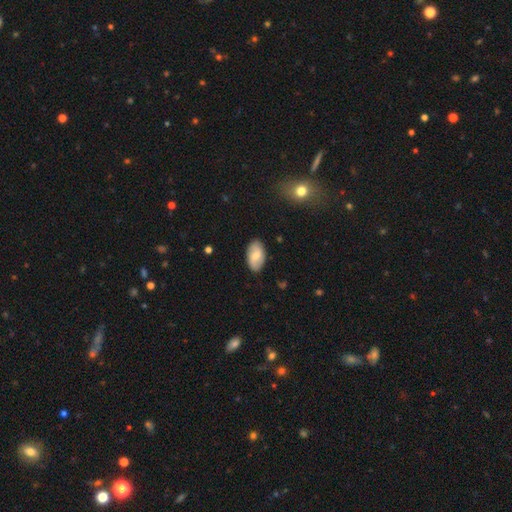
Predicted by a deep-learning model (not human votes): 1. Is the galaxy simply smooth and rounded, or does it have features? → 65% smooth, 29% featured or disk, 6% star or artifact.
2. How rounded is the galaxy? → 94% in between, 4% round, 2% cigar-shaped.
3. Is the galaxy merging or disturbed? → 85% none, 11% minor disturbance, 2% major disturbance, 1% merger.